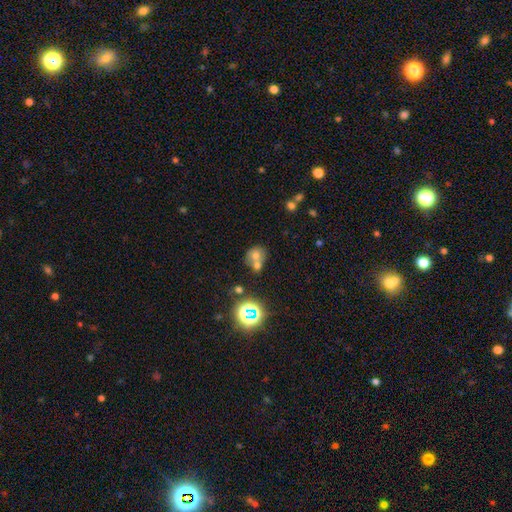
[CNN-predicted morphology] Smooth or featured?
  - smooth: 61% *
  - featured or disk: 19%
  - star or artifact: 19%
How rounded?
  - round: 71% *
  - in between: 28%
  - cigar-shaped: 1%
Merging?
  - merger: 57% *
  - none: 32%
  - minor disturbance: 8%
  - major disturbance: 4%